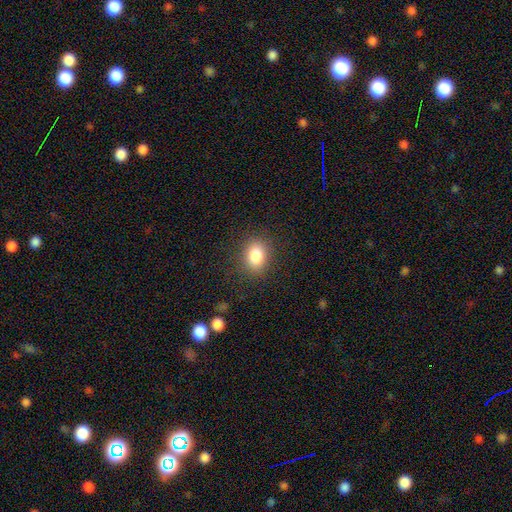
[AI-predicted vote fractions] smooth 85%, star or artifact 9%, featured or disk 6%. Down the decision tree: how rounded — in between (73%); merging — none (85%).